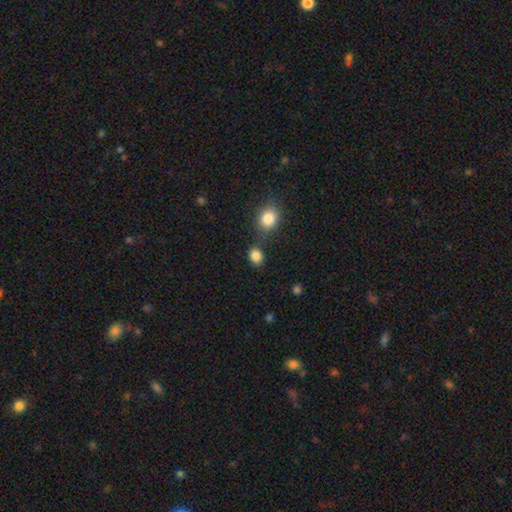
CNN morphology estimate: smooth-or-featured: smooth: 85% | star or artifact: 11% | featured or disk: 4%
  how-rounded: round: 54% | in between: 45% | cigar-shaped: 1%
  merging: none: 69% | merger: 15% | minor disturbance: 13% | major disturbance: 4%